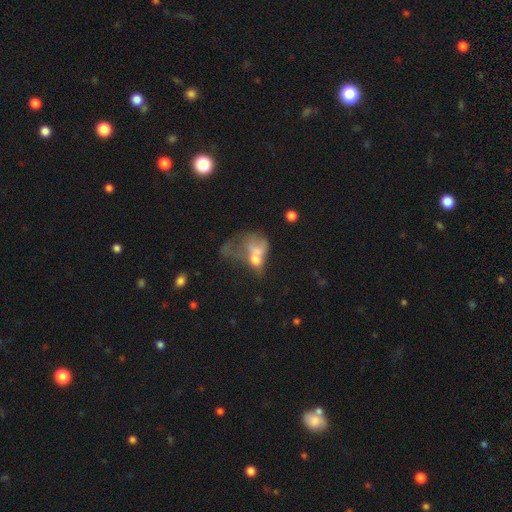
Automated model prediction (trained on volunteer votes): Morphology: type=smooth (47%); merging=merger (41%).